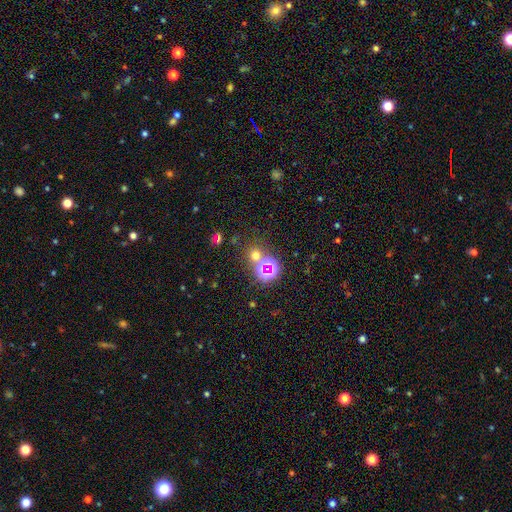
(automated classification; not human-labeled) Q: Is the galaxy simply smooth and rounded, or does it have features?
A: smooth — 52%.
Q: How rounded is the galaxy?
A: round — 88%.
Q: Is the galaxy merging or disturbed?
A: none — 70%.